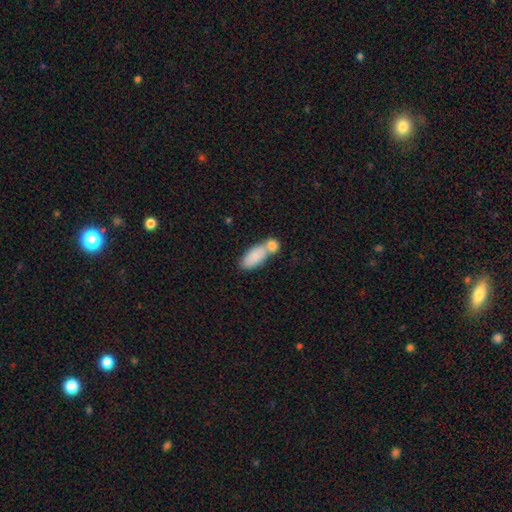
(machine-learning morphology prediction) Overall: smooth (82%). How rounded: in between (86%). Merging: merger (57%; none 29%).